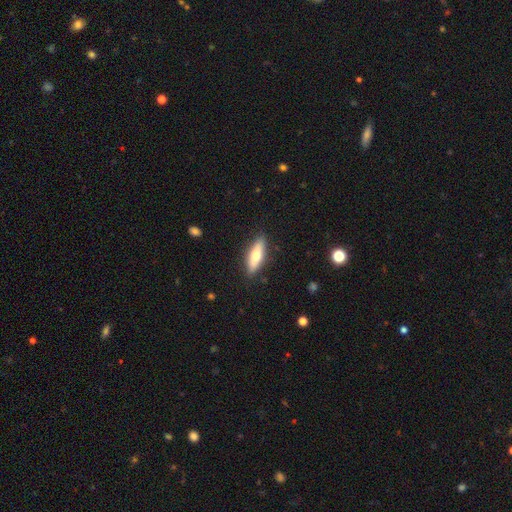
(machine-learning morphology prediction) type=smooth (60%); roundness=cigar-shaped (53%); merging=none (88%).